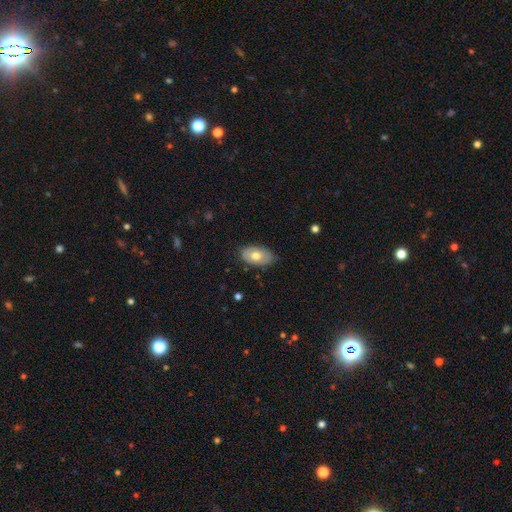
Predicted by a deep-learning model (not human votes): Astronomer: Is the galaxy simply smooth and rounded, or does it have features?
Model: smooth — 66%.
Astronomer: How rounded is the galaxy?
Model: in between — 92%.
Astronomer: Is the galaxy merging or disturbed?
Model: none — 78%.